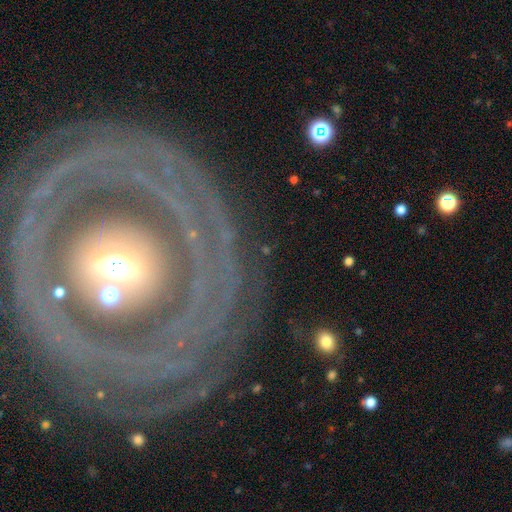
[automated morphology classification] Smooth or featured? Predicted: featured or disk (p=0.81). Edge-on disk? Predicted: no (p=0.94). Bar? Predicted: no (p=0.46). Spiral arms? Predicted: yes (p=0.59). Bulge size? Predicted: moderate (p=0.63). Merging? Predicted: none (p=0.81).